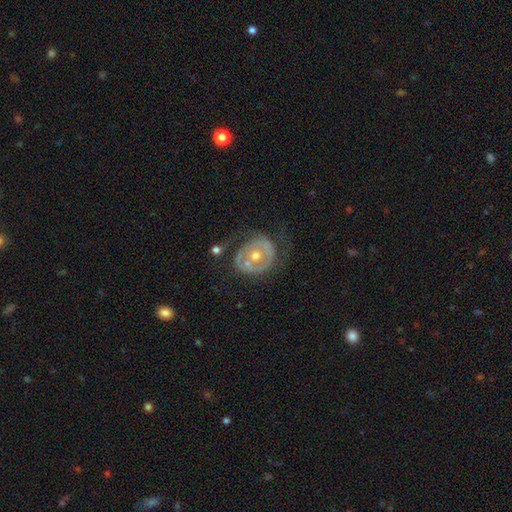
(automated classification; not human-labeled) Smooth or featured?
  - featured or disk: 69% *
  - smooth: 25%
  - star or artifact: 6%
Edge-on disk?
  - no: 96% *
  - yes: 4%
Bar?
  - no: 75% *
  - weak: 18%
  - strong: 7%
Spiral arms?
  - no: 60% *
  - yes: 40%
Bulge size?
  - moderate: 72% *
  - small: 23%
  - large: 3%
  - none: 1%
  - dominant: 1%
Merging?
  - none: 54% *
  - minor disturbance: 23%
  - major disturbance: 19%
  - merger: 3%